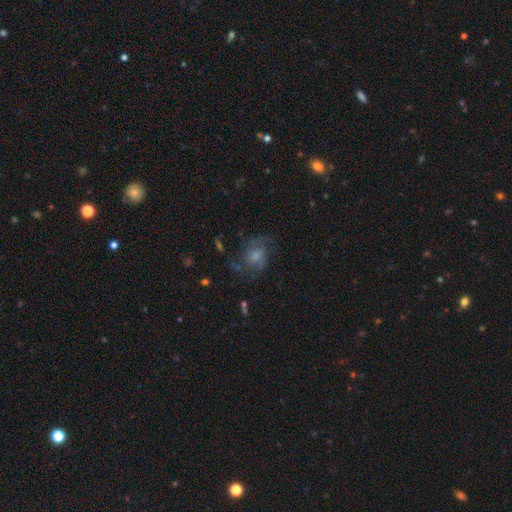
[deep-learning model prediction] This is possibly a featured or disk galaxy (56%). It is clearly not viewed edge-on (97%). Bar: possibly no (60%). Spiral arm pattern: clearly yes (84%). Central bulge: marginally moderate (33%). Merging: possibly none (52%).